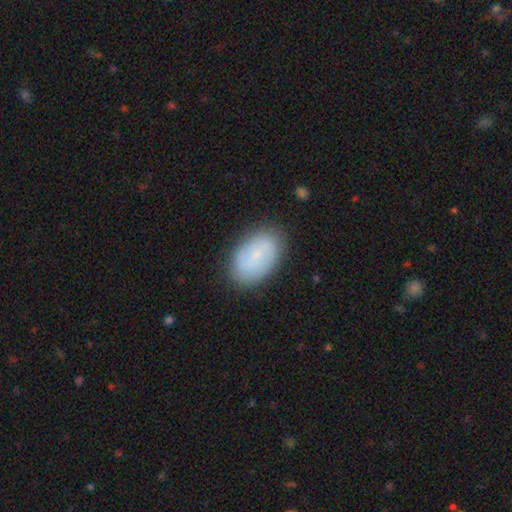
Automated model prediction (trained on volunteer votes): smooth-or-featured: smooth: 56% | featured or disk: 36% | star or artifact: 8%
  how-rounded: in between: 89% | round: 9% | cigar-shaped: 1%
  merging: none: 83% | minor disturbance: 13% | major disturbance: 3% | merger: 1%